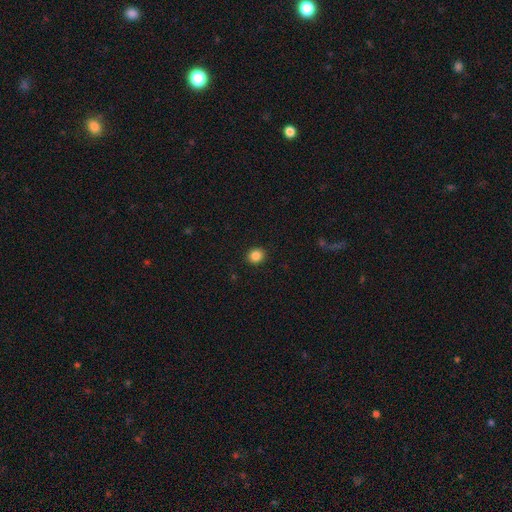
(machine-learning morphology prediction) A smooth galaxy with no disk features (86%) that is round (85%). Merging: none (92%).